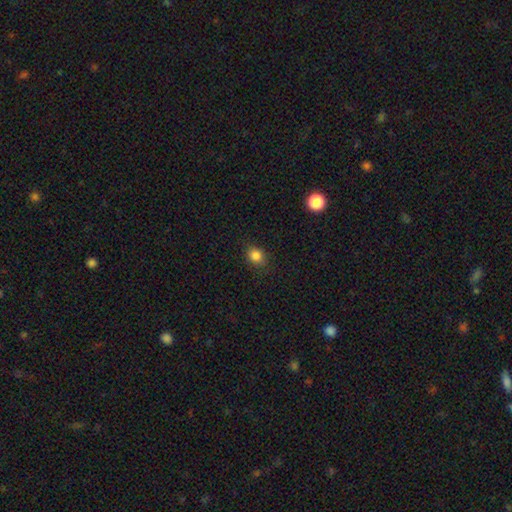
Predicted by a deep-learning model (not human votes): A smooth galaxy with no disk features (84%) that is round (64%). Merging: none (87%).